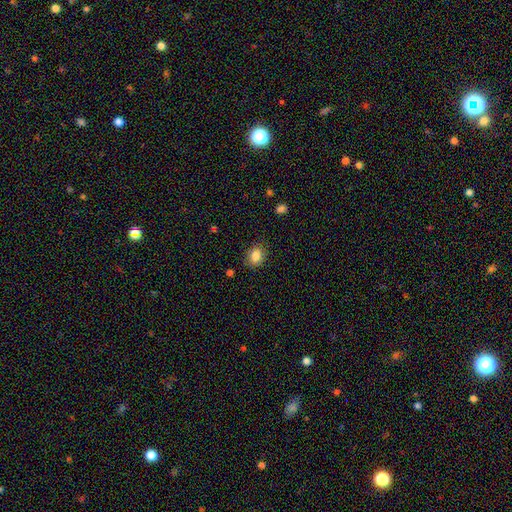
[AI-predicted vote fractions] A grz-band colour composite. It shows a smooth galaxy with no disk features (85%) that is in between round and cigar-shaped (60%). Merging: none (83%).